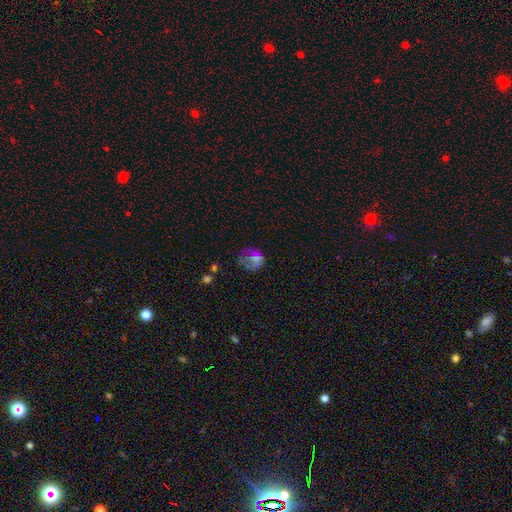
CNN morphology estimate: The model was most divided on "merging": none: 39%, major disturbance: 32%, minor disturbance: 25%, merger: 3%. More confident: how rounded — round (63%); smooth or featured — smooth (57%).